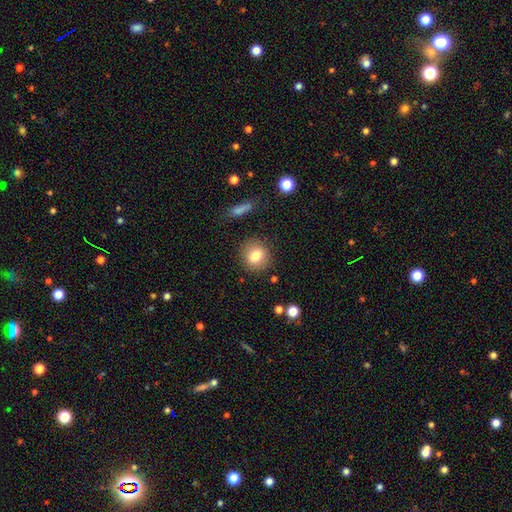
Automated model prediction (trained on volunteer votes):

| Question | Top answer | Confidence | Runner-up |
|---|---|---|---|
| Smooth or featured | smooth | 79% | featured or disk (11%) |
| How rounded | round | 74% | in between (24%) |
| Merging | none | 85% | minor disturbance (10%) |